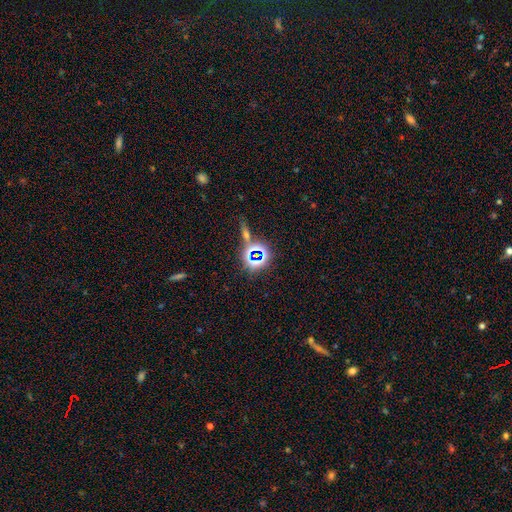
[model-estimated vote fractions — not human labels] This is likely a star or artifact rather than a galaxy (67%).